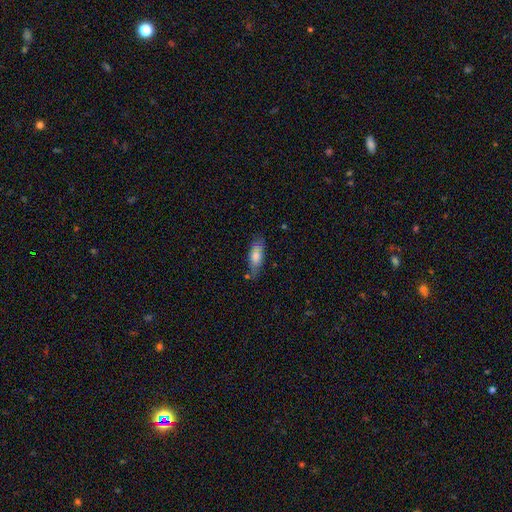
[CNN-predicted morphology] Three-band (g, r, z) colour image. It shows a smooth galaxy with no disk features (69%) that is in between round and cigar-shaped (63%). Merging: none (65%).